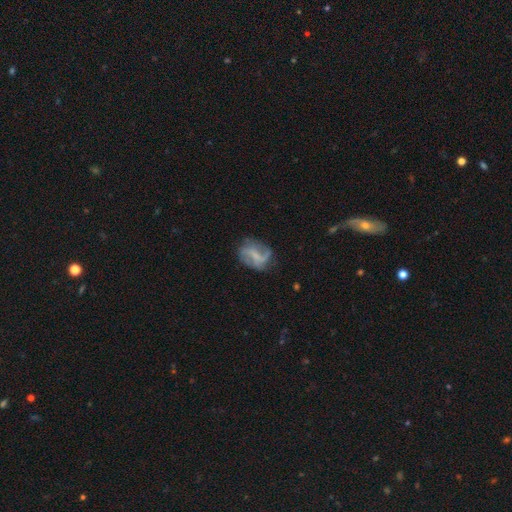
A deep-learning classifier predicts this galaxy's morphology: Smooth or featured? Predicted: featured or disk (p=0.67). Edge-on disk? Predicted: no (p=0.97). Bar? Predicted: weak (p=0.46). Spiral arms? Predicted: yes (p=0.82). Spiral winding? Predicted: loose (p=0.60). Spiral arm count? Predicted: 2 (p=0.55). Bulge size? Predicted: none (p=0.46). Merging? Predicted: none (p=0.58).